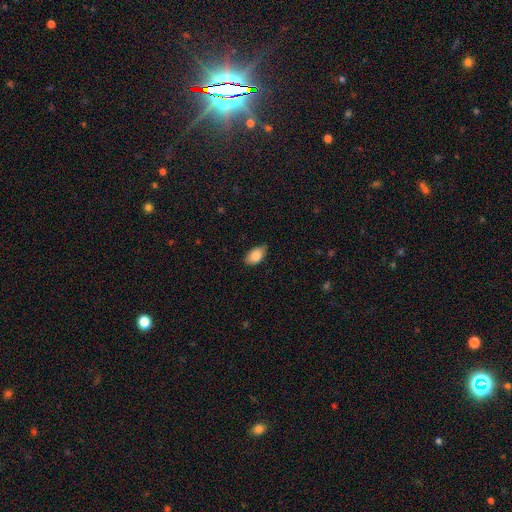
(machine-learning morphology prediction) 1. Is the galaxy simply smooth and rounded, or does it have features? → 87% smooth, 7% star or artifact, 7% featured or disk.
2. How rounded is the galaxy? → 92% in between, 6% round, 2% cigar-shaped.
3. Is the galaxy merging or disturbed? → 71% none, 25% minor disturbance, 4% major disturbance, 1% merger.